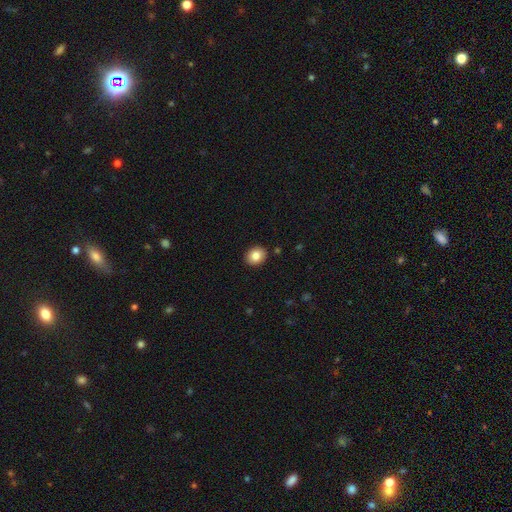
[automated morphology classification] Overall: smooth (84%). How rounded: round (65%; in between 34%). Merging: none (91%).